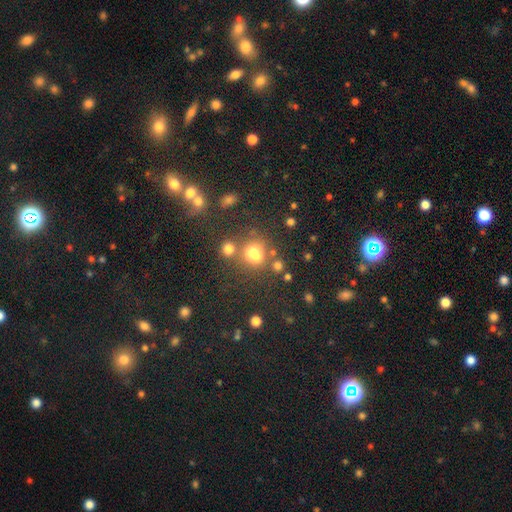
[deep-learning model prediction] Smooth or featured: smooth — 67% (star or artifact — 21%)
How rounded: round — 69% (in between — 29%)
Merging: none — 48% (merger — 32%)